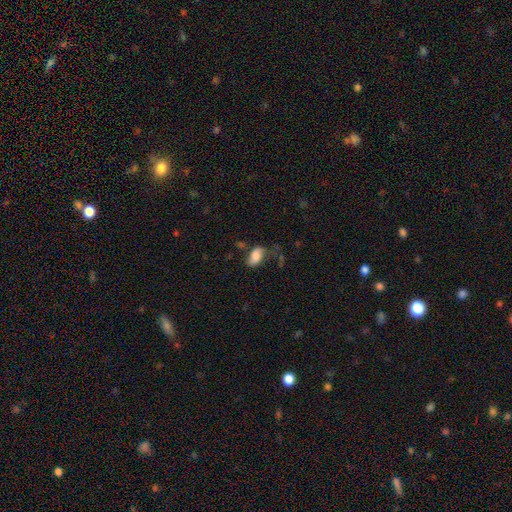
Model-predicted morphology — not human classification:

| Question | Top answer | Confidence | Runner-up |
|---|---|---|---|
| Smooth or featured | smooth | 72% | featured or disk (19%) |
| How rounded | in between | 92% | round (6%) |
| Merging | none | 46% | minor disturbance (29%) |